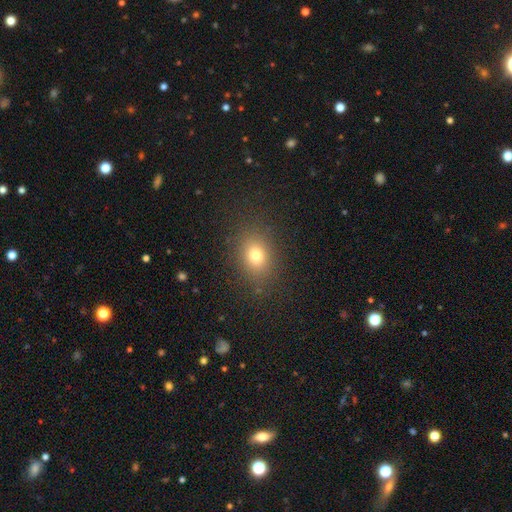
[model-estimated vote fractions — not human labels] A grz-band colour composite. It shows a smooth galaxy with no disk features (76%) that is in between round and cigar-shaped (57%). Merging: none (85%).